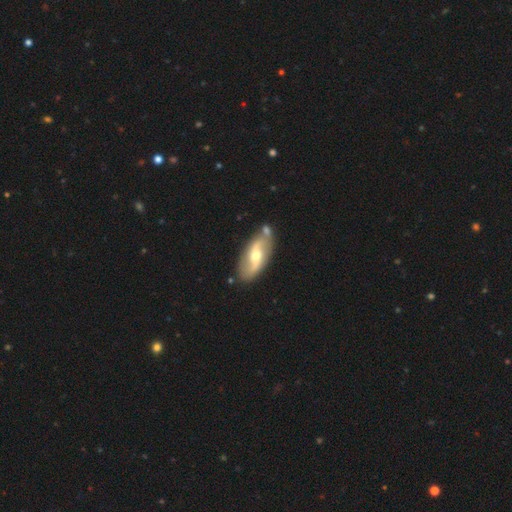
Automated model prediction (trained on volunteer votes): Smooth or featured? featured or disk (72%)
Edge-on disk? no (90%)
Bar? weak (43%)
Spiral arms? yes (81%)
Spiral winding? loose (53%)
Spiral arm count? 2 (88%)
Bulge size? moderate (69%)
Merging? none (72%)